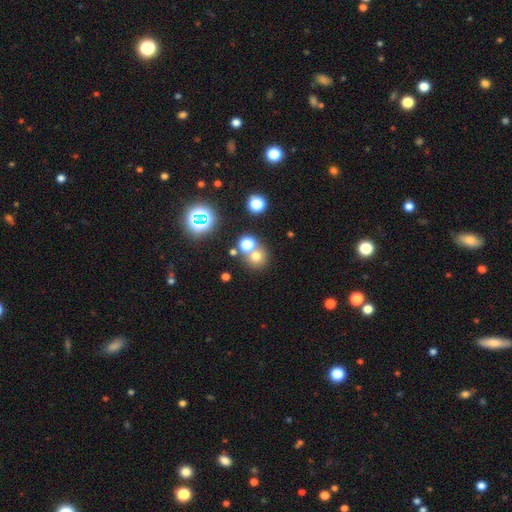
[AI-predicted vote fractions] Smooth or featured?
  - smooth: 65% *
  - star or artifact: 25%
  - featured or disk: 10%
How rounded?
  - round: 87% *
  - in between: 12%
  - cigar-shaped: 1%
Merging?
  - none: 60% *
  - merger: 29%
  - minor disturbance: 7%
  - major disturbance: 4%